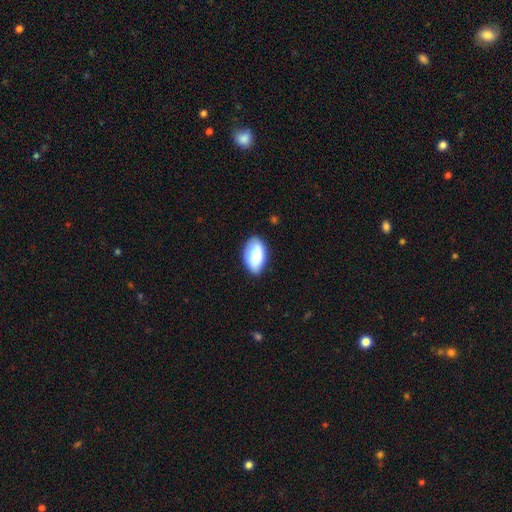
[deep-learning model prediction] smooth_or_featured: smooth (p=0.80) [alt: featured or disk p=0.13]
how_rounded: in between (p=0.94) [alt: round p=0.04]
merging: none (p=0.79) [alt: minor disturbance p=0.17]